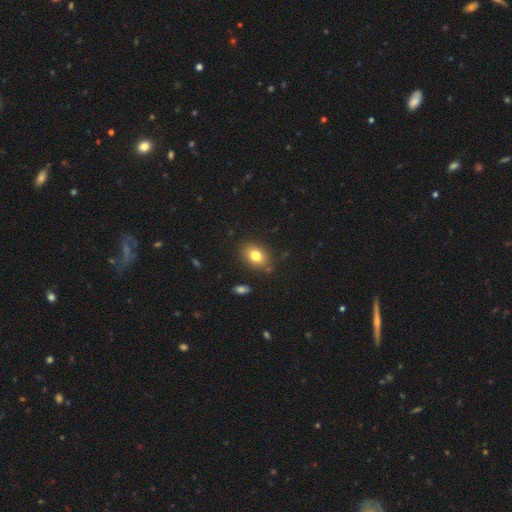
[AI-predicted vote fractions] Morphology: type=smooth (79%); roundness=in between (73%); merging=none (83%).